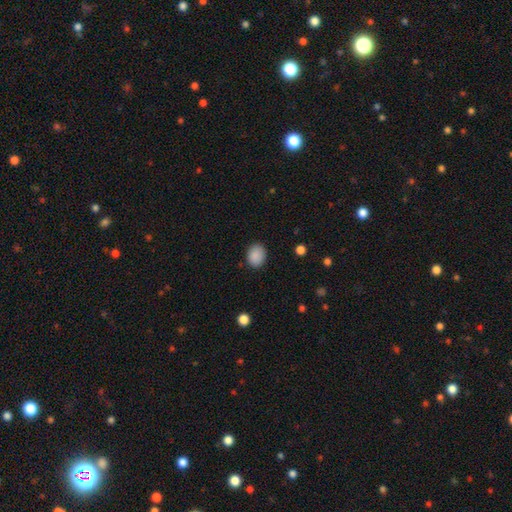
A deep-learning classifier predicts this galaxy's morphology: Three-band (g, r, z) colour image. It shows a smooth galaxy with no disk features (89%) that is round (52%). Merging: none (87%).